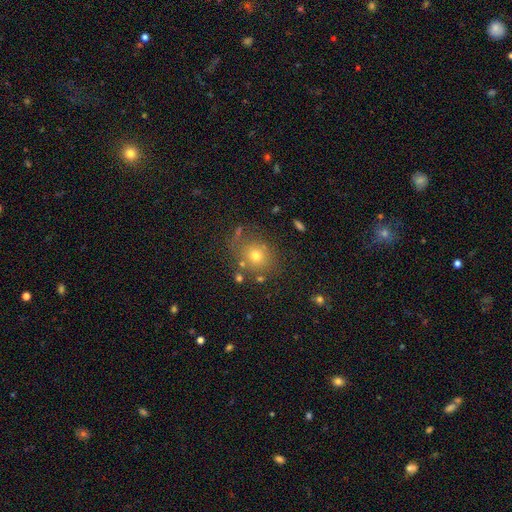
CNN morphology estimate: The model was most divided on "how rounded": round: 74%, in between: 25%, cigar-shaped: 1%. More confident: merging — none (73%); smooth or featured — smooth (68%).